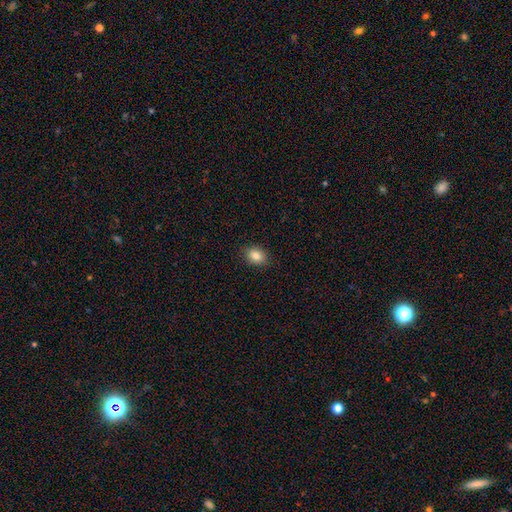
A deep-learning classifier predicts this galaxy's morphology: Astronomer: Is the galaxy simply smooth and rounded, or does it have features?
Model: smooth — 85%.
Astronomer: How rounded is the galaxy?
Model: in between — 70%.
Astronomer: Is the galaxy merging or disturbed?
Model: none — 89%.